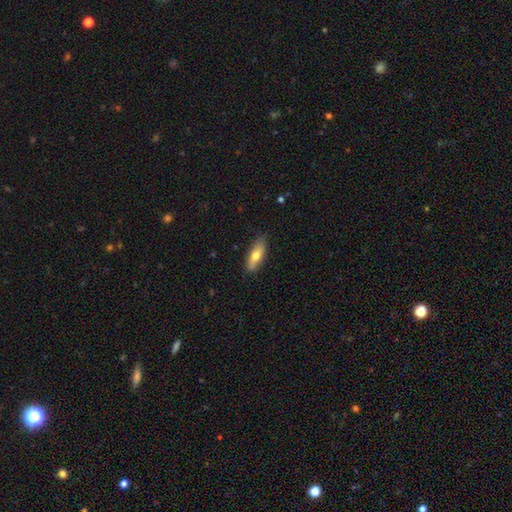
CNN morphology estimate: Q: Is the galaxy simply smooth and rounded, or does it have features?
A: smooth — 68%.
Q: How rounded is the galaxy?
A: in between — 57%.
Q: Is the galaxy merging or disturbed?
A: none — 84%.